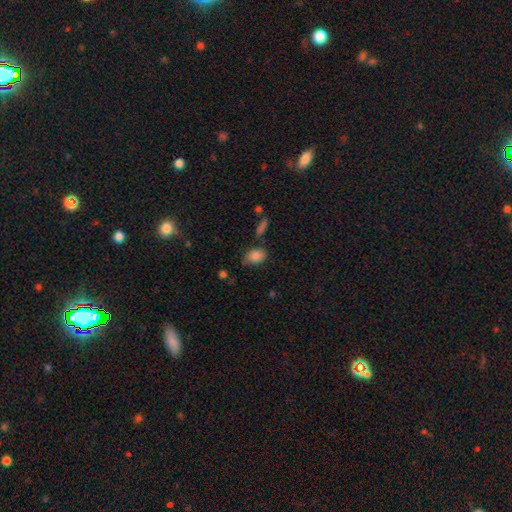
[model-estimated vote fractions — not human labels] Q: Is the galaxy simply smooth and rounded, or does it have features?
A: smooth — 85%.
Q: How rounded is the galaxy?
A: in between — 76%.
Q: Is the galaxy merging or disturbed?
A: none — 65%.